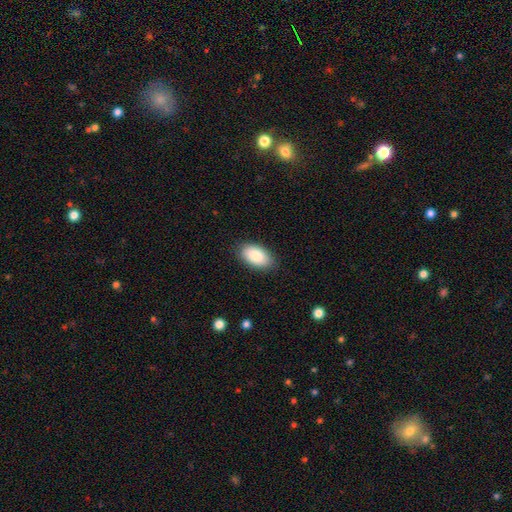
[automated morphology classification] Overall: smooth (88%). How rounded: in between (95%). Merging: none (86%).